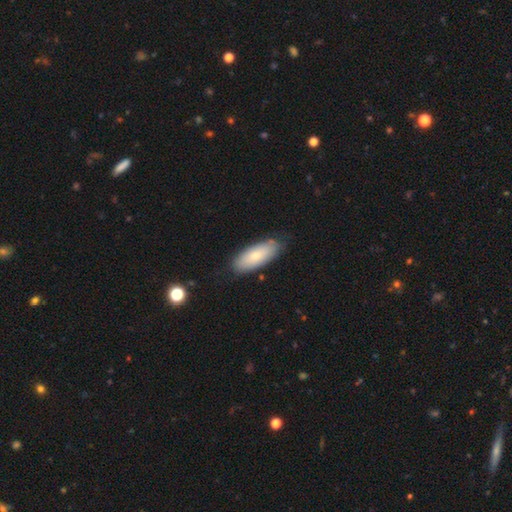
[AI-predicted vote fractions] Smooth or featured? smooth (76%)
How rounded? in between (80%)
Merging? none (80%)